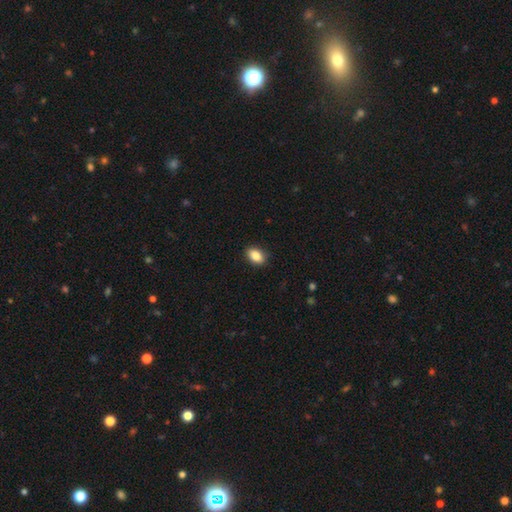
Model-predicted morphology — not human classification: smooth_or_featured: smooth (p=0.86) [alt: star or artifact p=0.08]
how_rounded: in between (p=0.84) [alt: round p=0.14]
merging: none (p=0.88) [alt: minor disturbance p=0.09]